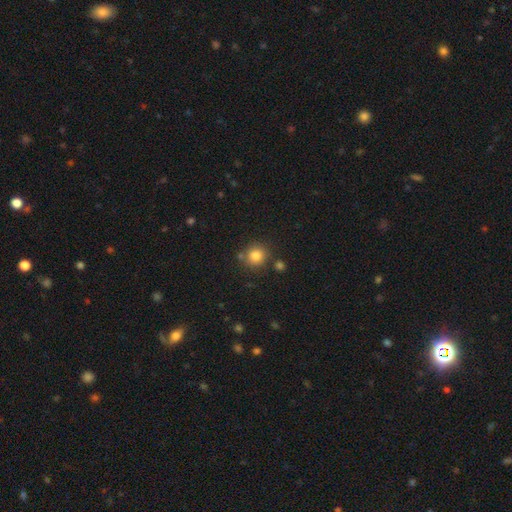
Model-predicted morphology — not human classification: type=smooth (82%); roundness=round (89%); merging=none (78%).